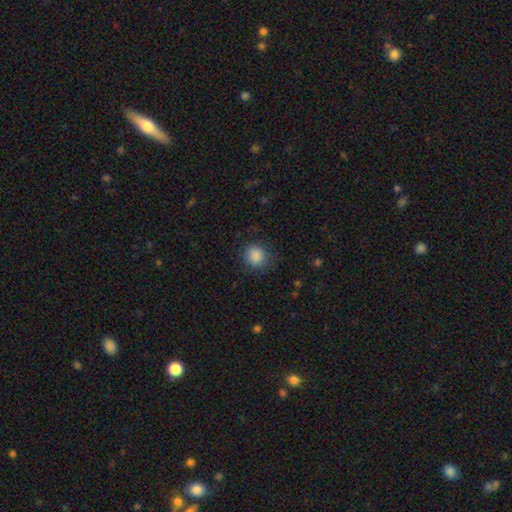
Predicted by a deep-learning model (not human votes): A smooth galaxy with no disk features (87%) that is round (86%). Merging: none (82%).